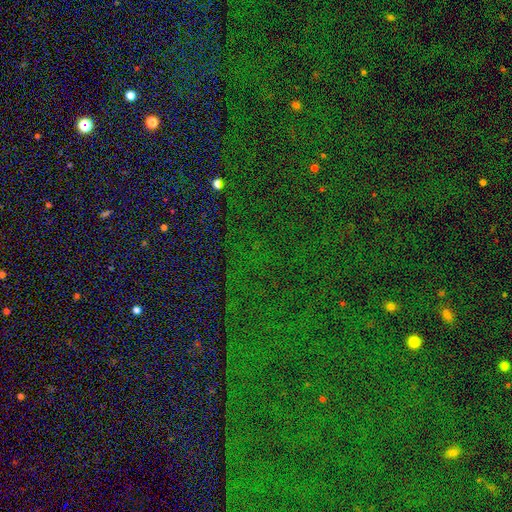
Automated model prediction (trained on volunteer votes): Overall: star or artifact (84%).